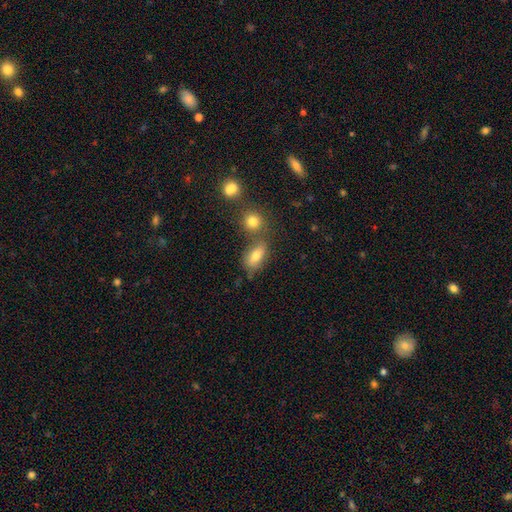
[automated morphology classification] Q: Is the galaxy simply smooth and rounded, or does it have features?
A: smooth — 75%.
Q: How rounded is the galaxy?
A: in between — 81%.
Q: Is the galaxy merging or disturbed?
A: none — 57%.